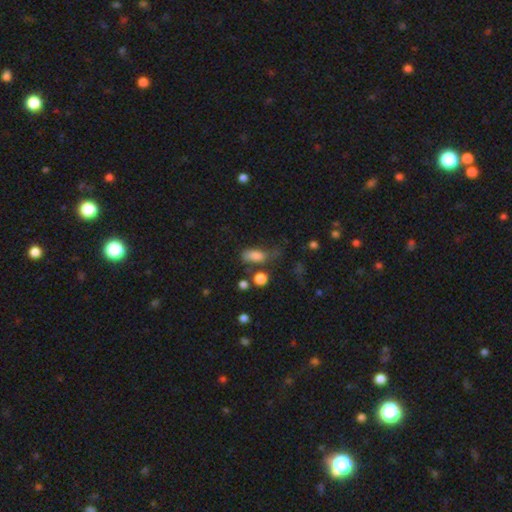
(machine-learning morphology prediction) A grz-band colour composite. It shows a smooth galaxy with no disk features (78%) that is in between round and cigar-shaped (81%). Merging: none (38%).